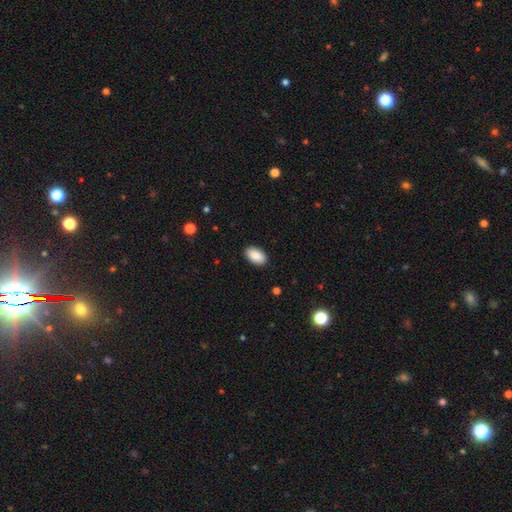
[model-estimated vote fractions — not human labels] Smooth or featured?
  - smooth: 90% *
  - star or artifact: 6%
  - featured or disk: 4%
How rounded?
  - in between: 95% *
  - round: 4%
  - cigar-shaped: 1%
Merging?
  - none: 90% *
  - minor disturbance: 7%
  - major disturbance: 2%
  - merger: 1%